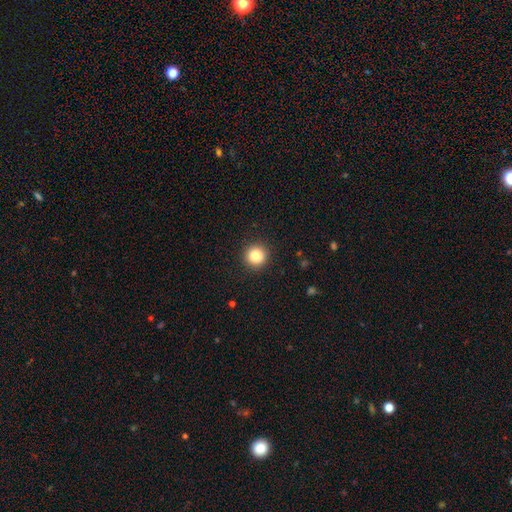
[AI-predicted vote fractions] The model was most divided on "smooth or featured": smooth: 84%, star or artifact: 10%, featured or disk: 6%. More confident: how rounded — round (95%); merging — none (92%).